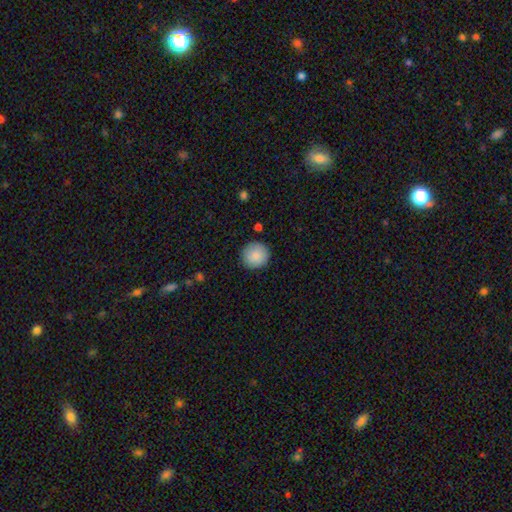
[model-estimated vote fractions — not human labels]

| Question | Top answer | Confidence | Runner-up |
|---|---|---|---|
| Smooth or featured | smooth | 88% | star or artifact (7%) |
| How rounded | round | 95% | in between (4%) |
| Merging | none | 90% | minor disturbance (7%) |